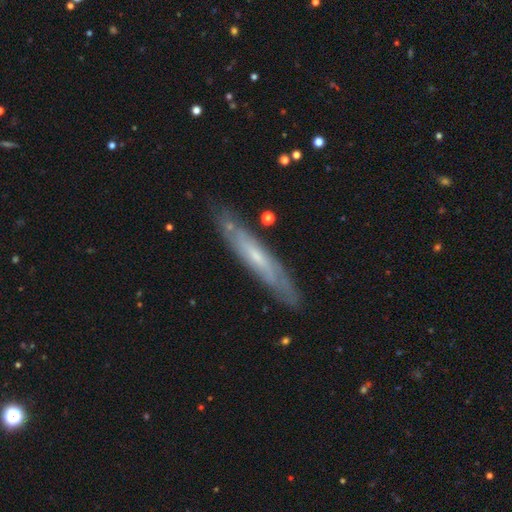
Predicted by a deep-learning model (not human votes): This is likely a featured or disk galaxy (64%). It is likely viewed edge-on (64%). Merging: clearly none (83%).